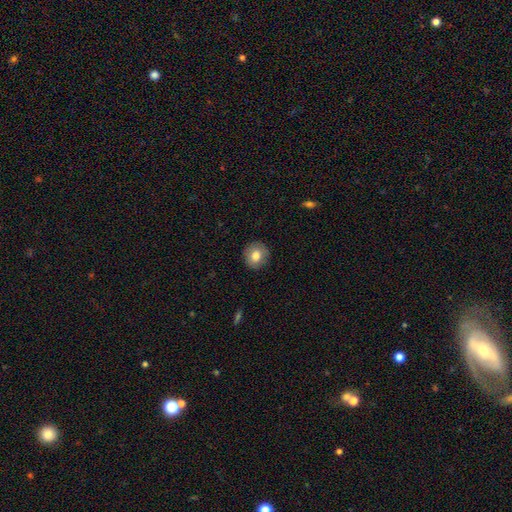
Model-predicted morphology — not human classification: This appears to be a smooth galaxy with no disk features (78%) that is round (88%). Merging: none (88%).